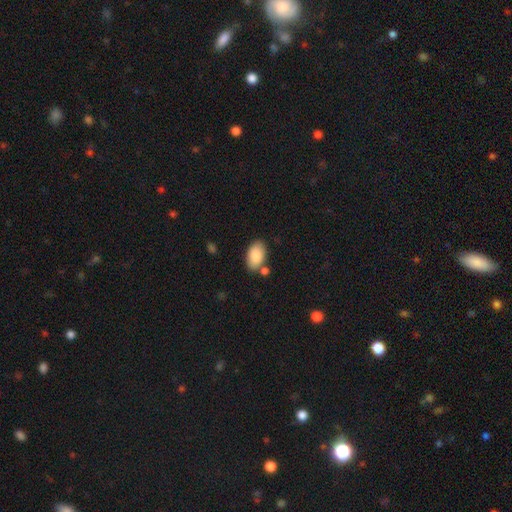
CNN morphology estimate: smooth_or_featured: smooth (p=0.86) [alt: featured or disk p=0.08]
how_rounded: in between (p=0.93) [alt: round p=0.05]
merging: none (p=0.74) [alt: minor disturbance p=0.13]